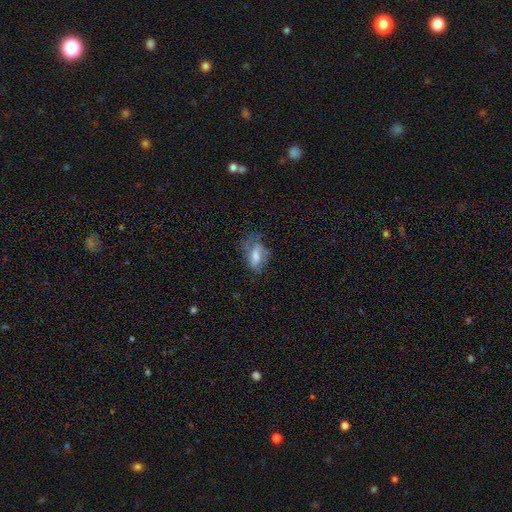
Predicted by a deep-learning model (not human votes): Smooth or featured? Predicted: smooth (p=0.50). Merging? Predicted: none (p=0.48).